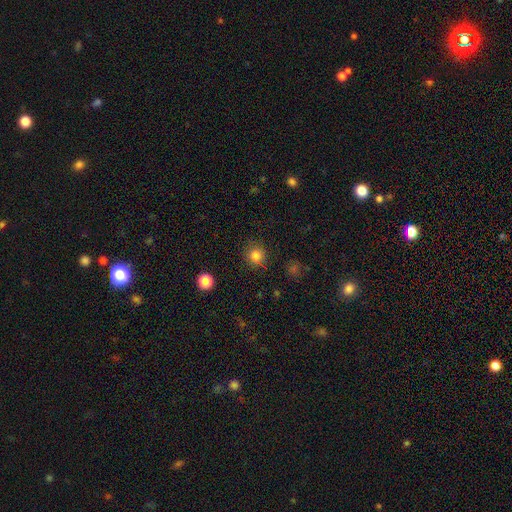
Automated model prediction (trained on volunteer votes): Overall: smooth (81%). How rounded: round (89%). Merging: none (81%).